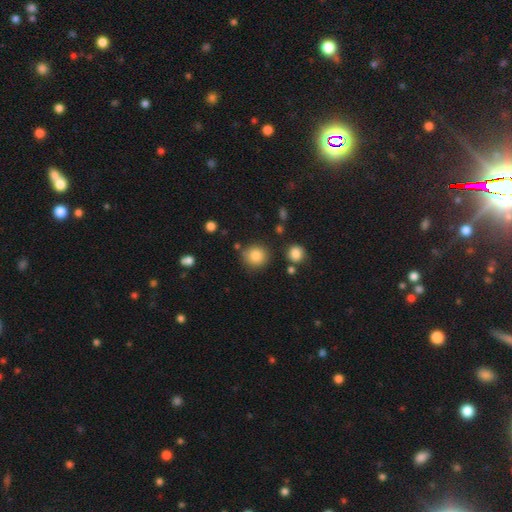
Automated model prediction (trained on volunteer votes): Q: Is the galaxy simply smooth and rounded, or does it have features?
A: smooth — 85%.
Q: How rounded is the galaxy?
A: round — 90%.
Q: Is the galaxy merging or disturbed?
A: none — 82%.